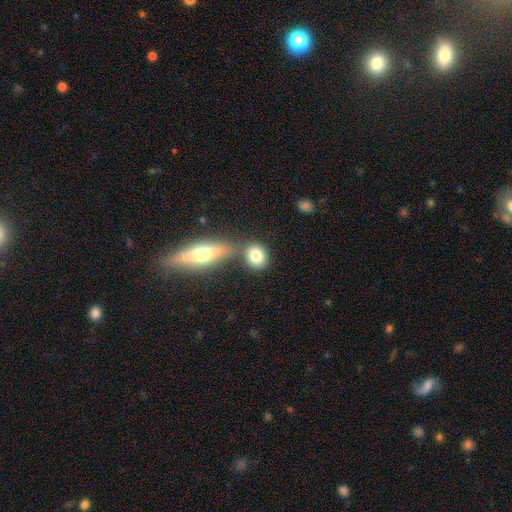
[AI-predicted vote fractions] Overall: smooth (80%). How rounded: round (50%; in between 47%). Merging: none (63%).